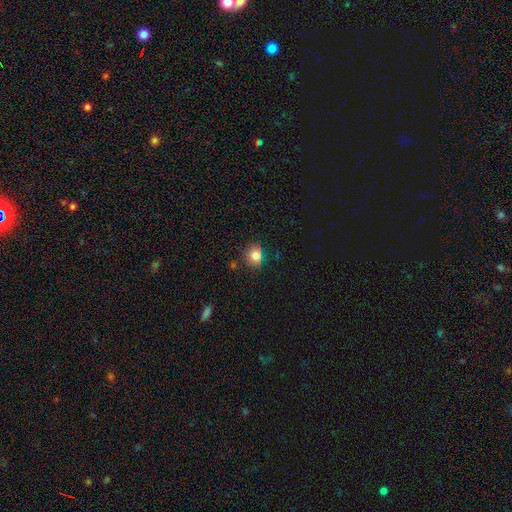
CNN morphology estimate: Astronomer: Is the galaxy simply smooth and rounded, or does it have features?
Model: smooth — 80%.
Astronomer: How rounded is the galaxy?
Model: round — 71%.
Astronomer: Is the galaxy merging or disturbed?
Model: none — 81%.